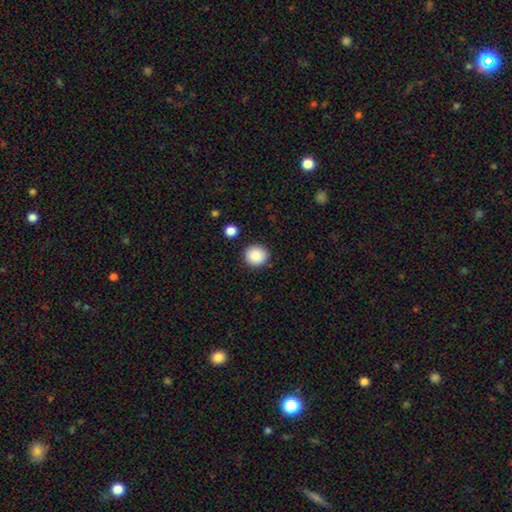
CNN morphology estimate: smooth_or_featured: smooth (p=0.88) [alt: star or artifact p=0.08]
how_rounded: round (p=0.91) [alt: in between p=0.08]
merging: none (p=0.89) [alt: minor disturbance p=0.07]